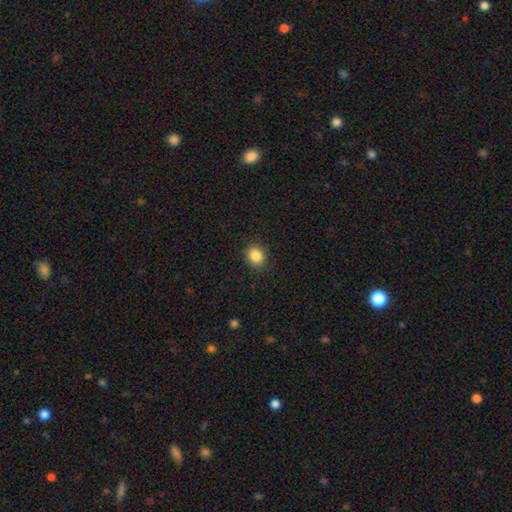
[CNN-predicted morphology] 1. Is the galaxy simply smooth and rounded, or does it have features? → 86% smooth, 10% star or artifact, 4% featured or disk.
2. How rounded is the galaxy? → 71% round, 28% in between, 1% cigar-shaped.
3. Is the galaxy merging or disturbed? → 90% none, 7% minor disturbance, 2% major disturbance, 1% merger.